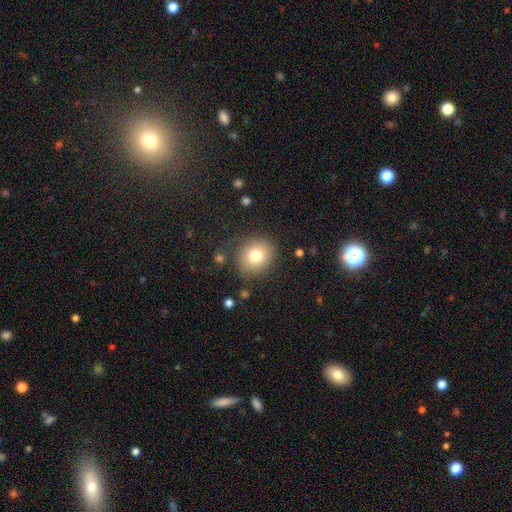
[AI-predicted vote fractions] Overall: smooth (78%). How rounded: round (76%). Merging: none (83%).